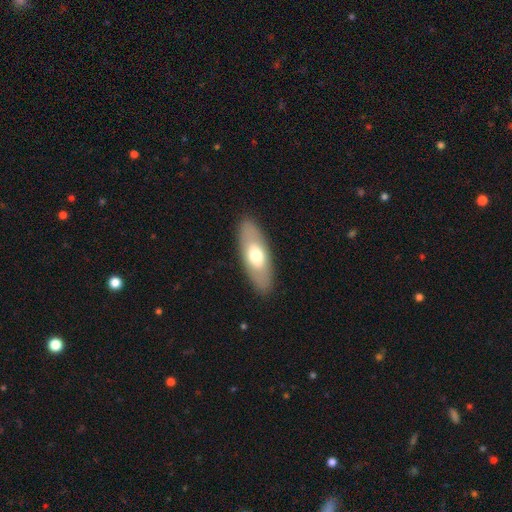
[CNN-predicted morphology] Smooth or featured?
  - smooth: 60% *
  - featured or disk: 34%
  - star or artifact: 6%
How rounded?
  - in between: 75% *
  - cigar-shaped: 22%
  - round: 3%
Merging?
  - none: 88% *
  - minor disturbance: 9%
  - major disturbance: 3%
  - merger: 1%